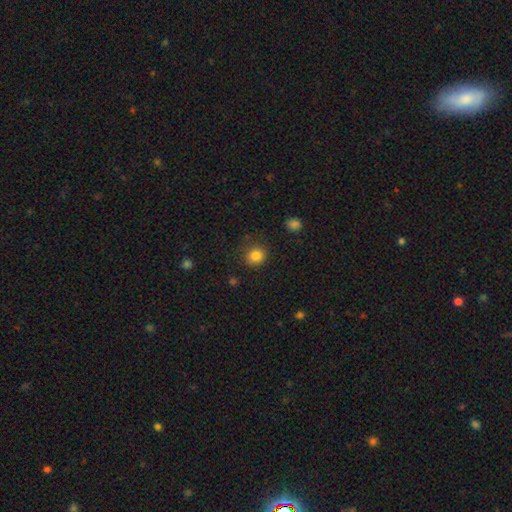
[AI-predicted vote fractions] This is clearly a smooth galaxy (84%). How rounded: clearly round (87%). Merging: clearly none (86%).